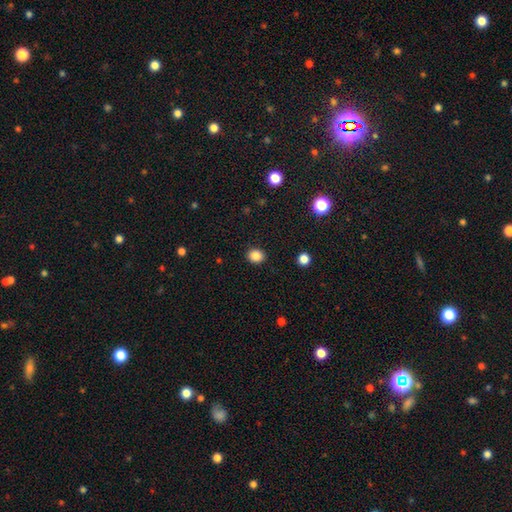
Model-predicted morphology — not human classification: Smooth or featured?
  - smooth: 86% *
  - star or artifact: 10%
  - featured or disk: 3%
How rounded?
  - round: 69% *
  - in between: 30%
  - cigar-shaped: 1%
Merging?
  - none: 90% *
  - minor disturbance: 6%
  - major disturbance: 2%
  - merger: 1%